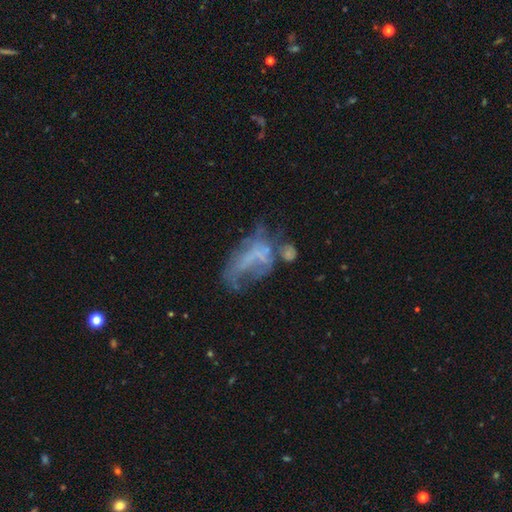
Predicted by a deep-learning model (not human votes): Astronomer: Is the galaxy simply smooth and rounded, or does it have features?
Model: featured or disk — 55%.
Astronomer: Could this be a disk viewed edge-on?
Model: no — 96%.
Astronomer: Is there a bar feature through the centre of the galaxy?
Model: no — 81%.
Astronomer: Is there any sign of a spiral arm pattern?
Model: no — 81%.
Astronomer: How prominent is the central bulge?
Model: none — 78%.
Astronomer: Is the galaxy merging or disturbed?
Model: major disturbance — 43% (runner-up: none, 22%).